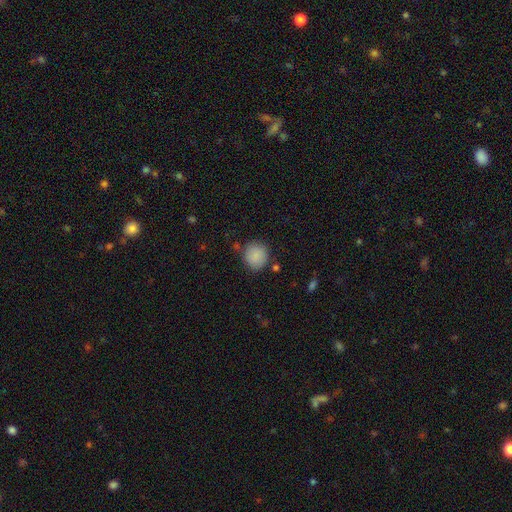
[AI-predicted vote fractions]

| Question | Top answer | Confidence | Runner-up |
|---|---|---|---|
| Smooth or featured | smooth | 87% | star or artifact (8%) |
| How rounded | round | 88% | in between (11%) |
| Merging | none | 82% | minor disturbance (11%) |